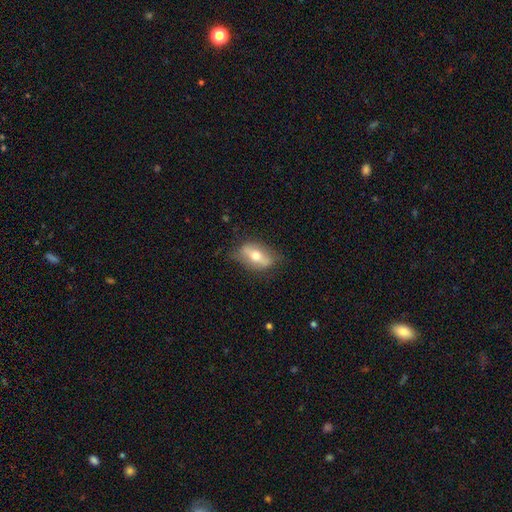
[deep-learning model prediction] Smooth or featured?
  - featured or disk: 51% *
  - smooth: 42%
  - star or artifact: 7%
Edge-on disk?
  - no: 54% *
  - yes: 46%
Merging?
  - none: 74% *
  - minor disturbance: 19%
  - major disturbance: 6%
  - merger: 1%